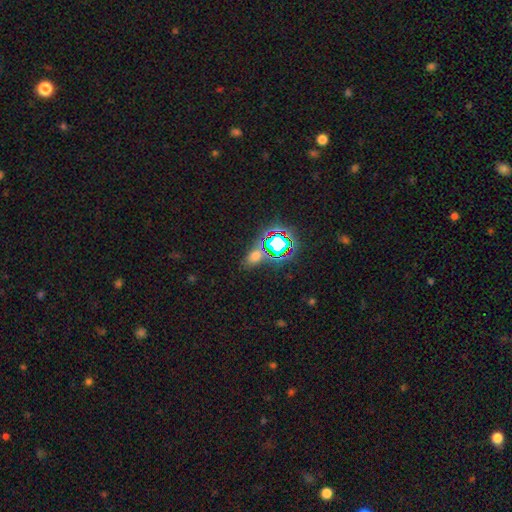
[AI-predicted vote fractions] Morphology: type=smooth (50%); roundness=in between (72%); merging=none (71%).